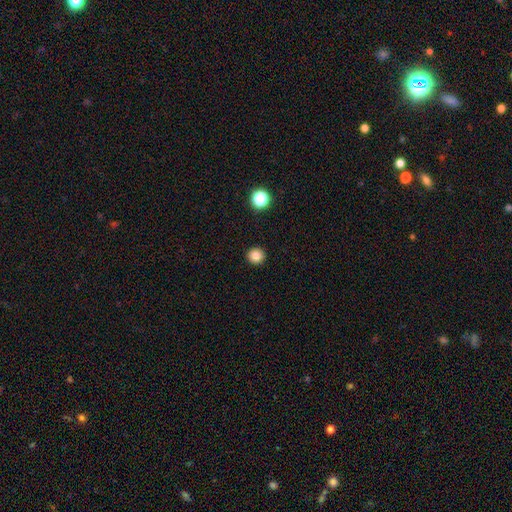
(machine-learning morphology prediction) smooth_or_featured: smooth (p=0.85) [alt: star or artifact p=0.12]
how_rounded: round (p=0.93) [alt: in between p=0.06]
merging: none (p=0.92) [alt: minor disturbance p=0.05]